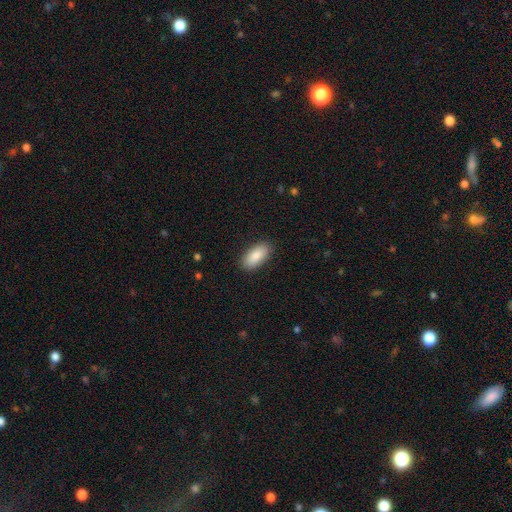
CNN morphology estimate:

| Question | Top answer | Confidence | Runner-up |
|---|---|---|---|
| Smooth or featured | smooth | 89% | star or artifact (6%) |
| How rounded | in between | 91% | cigar-shaped (7%) |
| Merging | none | 88% | minor disturbance (9%) |